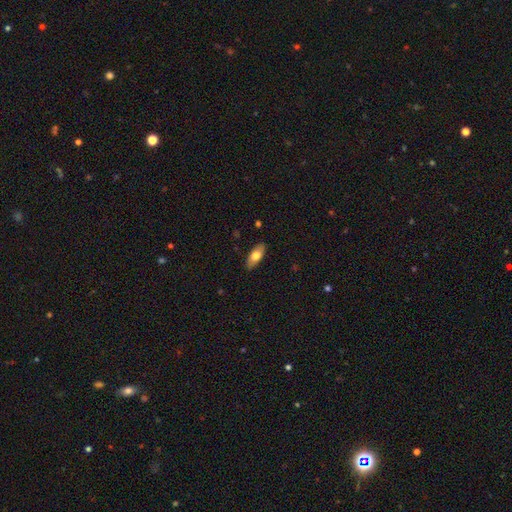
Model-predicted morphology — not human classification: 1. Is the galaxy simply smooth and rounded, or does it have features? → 73% smooth, 21% featured or disk, 6% star or artifact.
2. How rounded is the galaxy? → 82% in between, 16% cigar-shaped, 3% round.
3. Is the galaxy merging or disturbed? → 87% none, 10% minor disturbance, 2% major disturbance, 1% merger.